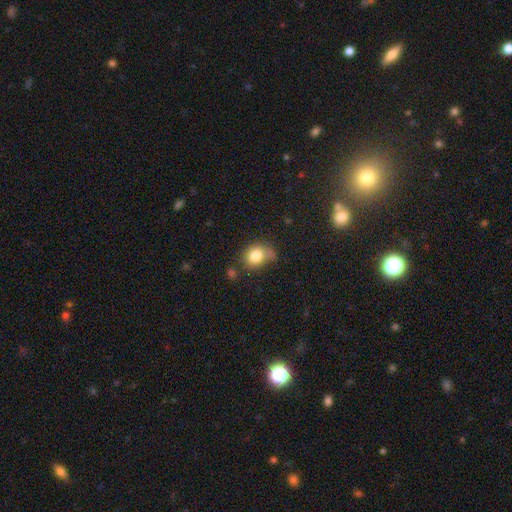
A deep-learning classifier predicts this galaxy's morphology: This is clearly a smooth galaxy (81%). How rounded: possibly round (59%). Merging: possibly none (50%).